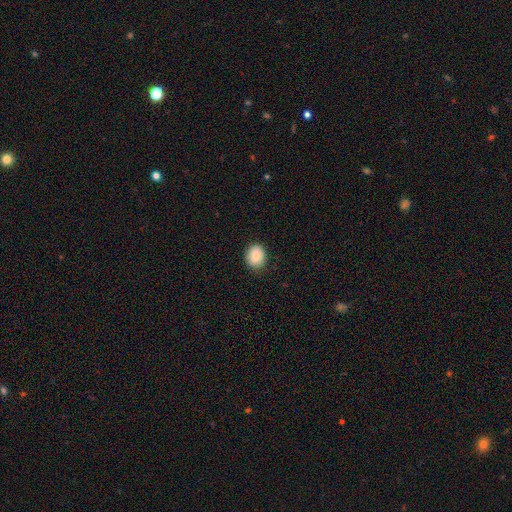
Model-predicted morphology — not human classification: A smooth galaxy with no disk features (86%) that is round (59%).

Vote fractions:
- Smooth or featured? smooth: 86% / star or artifact: 8% / featured or disk: 6%
- How rounded? round: 59% / in between: 41% / cigar-shaped: 1%
- Merging? none: 85% / minor disturbance: 11% / major disturbance: 2% / merger: 1%